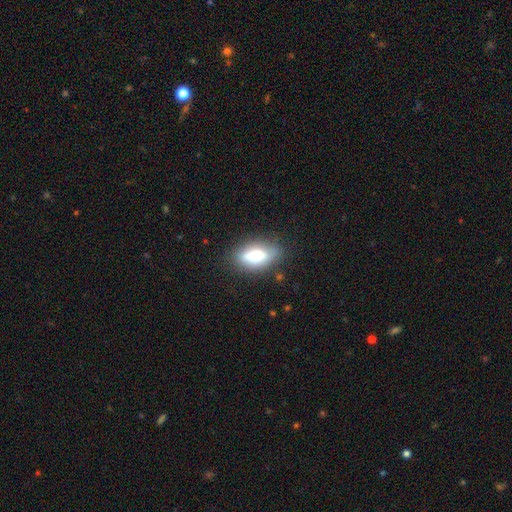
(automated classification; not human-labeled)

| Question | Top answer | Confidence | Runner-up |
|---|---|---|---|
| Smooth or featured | smooth | 69% | featured or disk (23%) |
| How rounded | in between | 81% | cigar-shaped (13%) |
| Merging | none | 77% | minor disturbance (17%) |